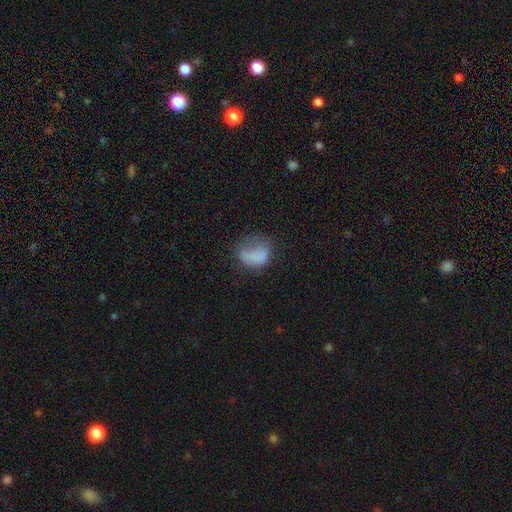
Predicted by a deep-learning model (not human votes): A smooth galaxy with no disk features (71%) that is in between round and cigar-shaped (56%). Merging: major disturbance (35%, tied with none).